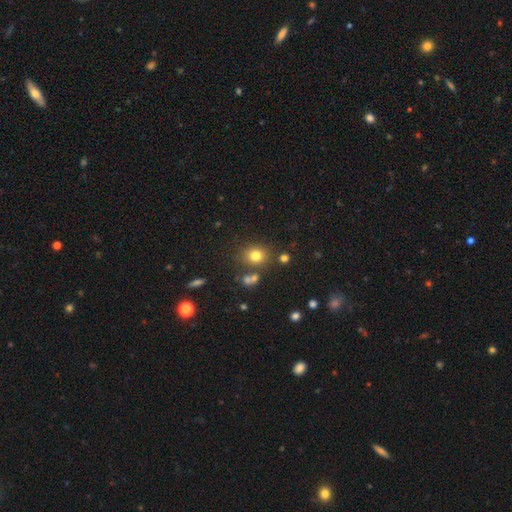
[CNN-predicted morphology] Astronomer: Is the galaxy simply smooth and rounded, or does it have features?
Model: smooth — 77%.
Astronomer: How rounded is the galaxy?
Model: round — 67%.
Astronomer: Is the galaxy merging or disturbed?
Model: none — 75%.